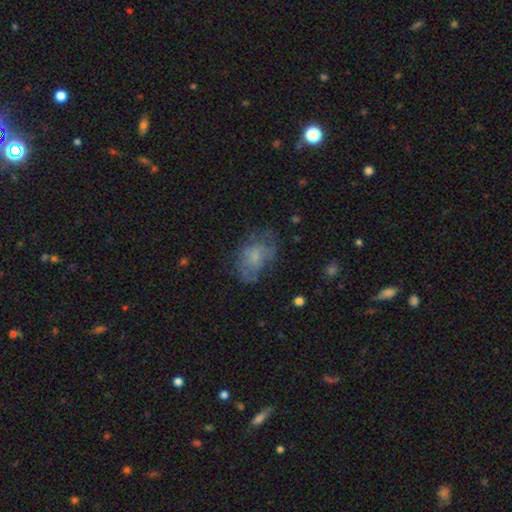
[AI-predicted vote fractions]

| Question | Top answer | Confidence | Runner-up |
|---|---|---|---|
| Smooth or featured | smooth | 52% | featured or disk (37%) |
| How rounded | in between | 80% | round (19%) |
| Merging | none | 48% | minor disturbance (26%) |